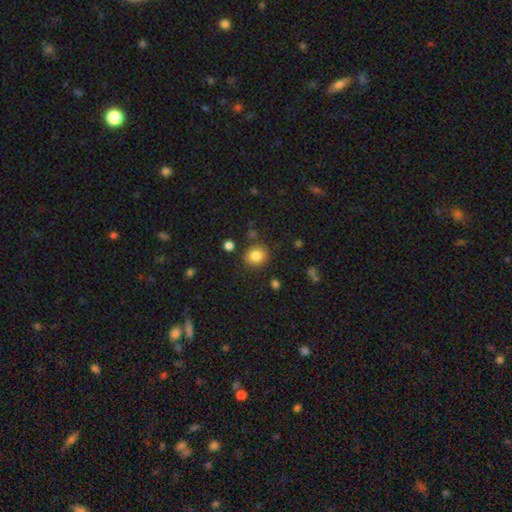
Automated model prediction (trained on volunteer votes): smooth_or_featured: smooth (p=0.84) [alt: star or artifact p=0.11]
how_rounded: round (p=0.80) [alt: in between p=0.19]
merging: none (p=0.84) [alt: minor disturbance p=0.09]